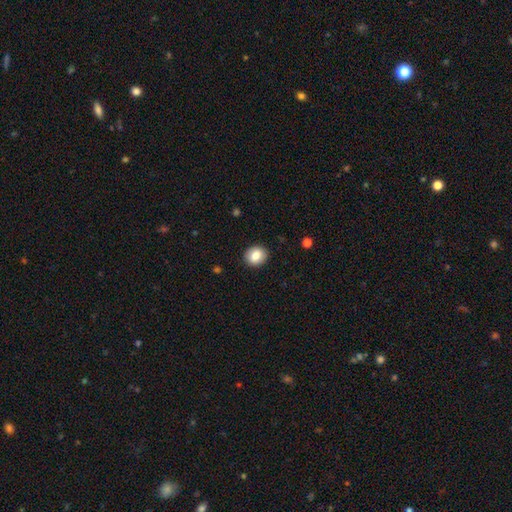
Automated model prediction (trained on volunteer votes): smooth_or_featured: smooth (p=0.84) [alt: star or artifact p=0.08]
how_rounded: round (p=0.78) [alt: in between p=0.22]
merging: none (p=0.91) [alt: minor disturbance p=0.06]